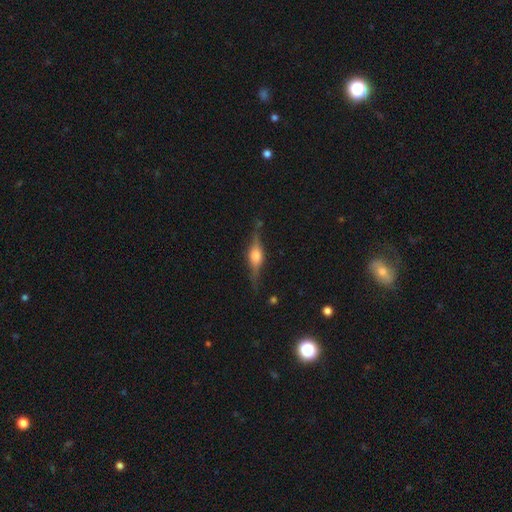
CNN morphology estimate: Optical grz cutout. It shows a featured or disk galaxy (73%) viewed edge-on (96%) with a rounded central bulge (88%). Merging: none (80%).